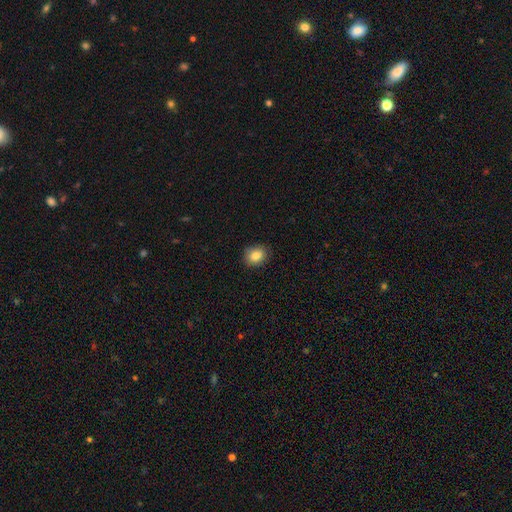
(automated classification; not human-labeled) smooth 85%, star or artifact 9%, featured or disk 6%. Down the decision tree: how rounded — in between (53%); merging — none (87%).